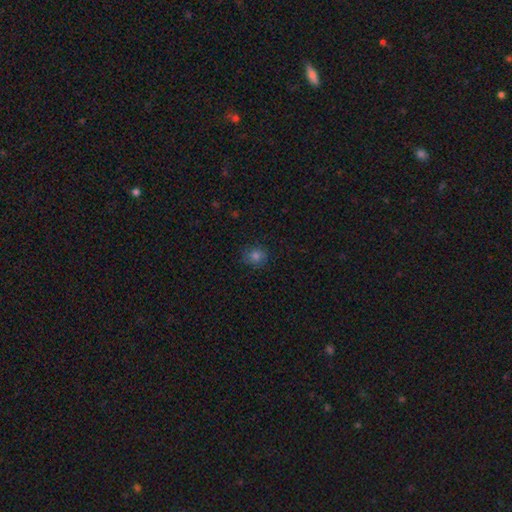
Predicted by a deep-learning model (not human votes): Smooth or featured: smooth — 79% (star or artifact — 15%)
How rounded: round — 78% (in between — 21%)
Merging: none — 85% (minor disturbance — 11%)